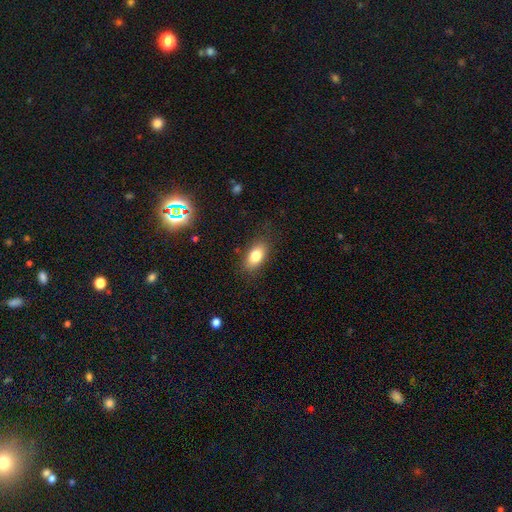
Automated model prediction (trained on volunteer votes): Smooth or featured: smooth — 81% (featured or disk — 11%)
How rounded: in between — 89% (round — 6%)
Merging: none — 83% (minor disturbance — 12%)